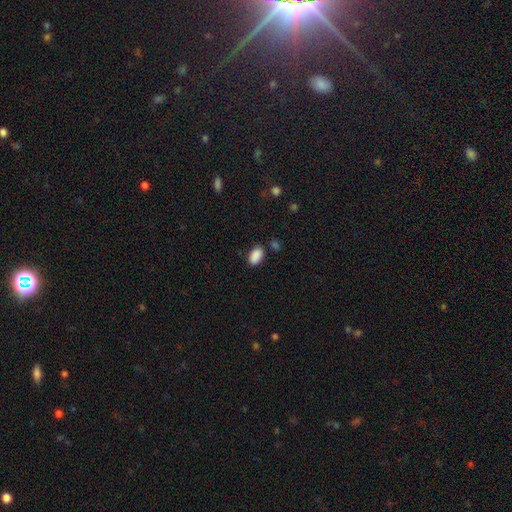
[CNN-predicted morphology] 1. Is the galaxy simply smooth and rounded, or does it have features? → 89% smooth, 8% star or artifact, 3% featured or disk.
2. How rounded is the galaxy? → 92% in between, 7% round, 2% cigar-shaped.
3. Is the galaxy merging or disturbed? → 81% none, 12% minor disturbance, 4% merger, 3% major disturbance.